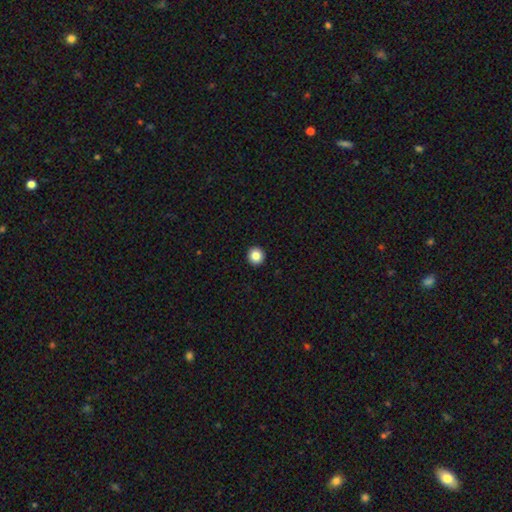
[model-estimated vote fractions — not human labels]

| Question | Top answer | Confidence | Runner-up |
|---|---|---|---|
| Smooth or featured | smooth | 86% | star or artifact (10%) |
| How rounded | round | 95% | in between (4%) |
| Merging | none | 94% | minor disturbance (3%) |